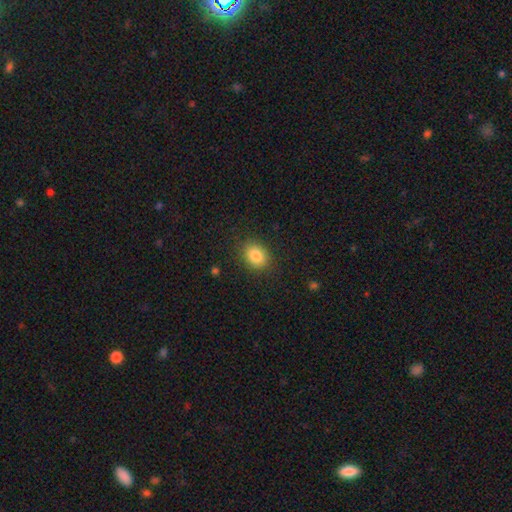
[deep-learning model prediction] Smooth or featured? smooth (84%)
How rounded? in between (53%)
Merging? none (86%)